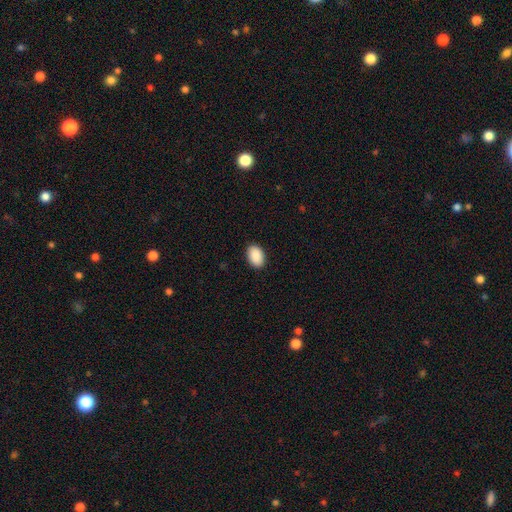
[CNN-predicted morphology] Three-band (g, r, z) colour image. It shows a smooth galaxy with no disk features (91%) that is in between round and cigar-shaped (87%). Merging: none (90%).